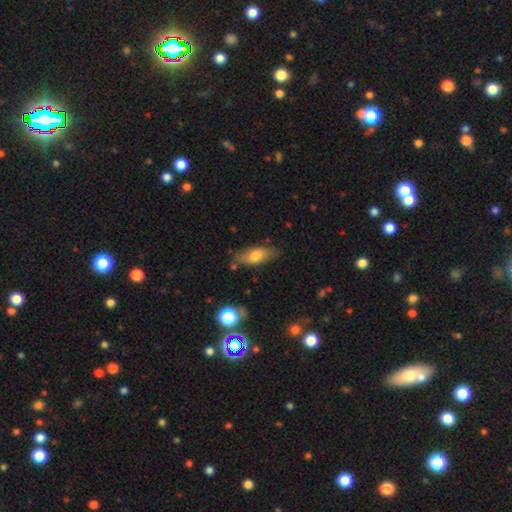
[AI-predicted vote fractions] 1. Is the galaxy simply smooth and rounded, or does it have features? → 68% smooth, 25% featured or disk, 7% star or artifact.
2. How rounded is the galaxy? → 76% in between, 21% cigar-shaped, 3% round.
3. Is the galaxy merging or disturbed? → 77% none, 16% minor disturbance, 4% major disturbance, 3% merger.